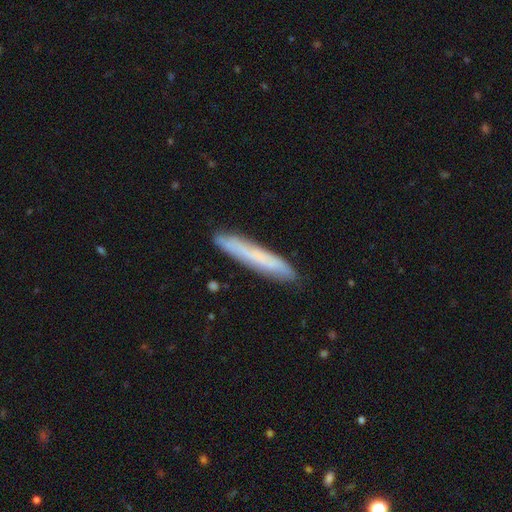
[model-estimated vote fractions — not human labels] smooth-or-featured: smooth: 60% | featured or disk: 33% | star or artifact: 7%
  how-rounded: cigar-shaped: 94% | in between: 5% | round: 1%
  merging: none: 86% | minor disturbance: 10% | major disturbance: 2% | merger: 1%